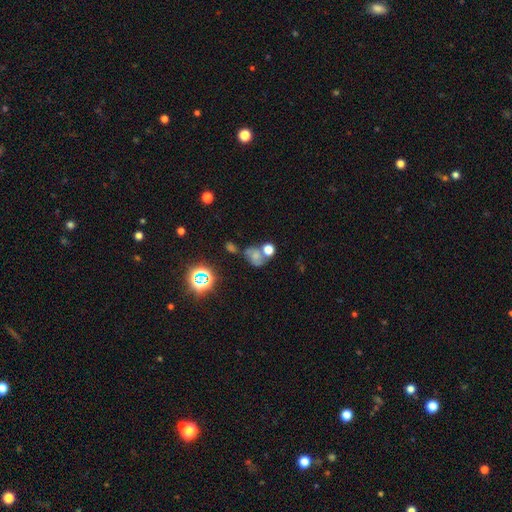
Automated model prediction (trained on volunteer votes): Smooth or featured? Predicted: smooth (p=0.53). How rounded? Predicted: round (p=0.52). Merging? Predicted: merger (p=0.38).